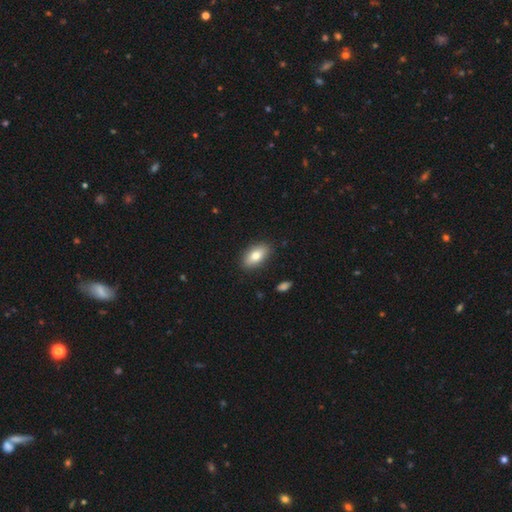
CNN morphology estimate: smooth 78%, featured or disk 15%, star or artifact 7%. Down the decision tree: how rounded — in between (89%); merging — none (87%).